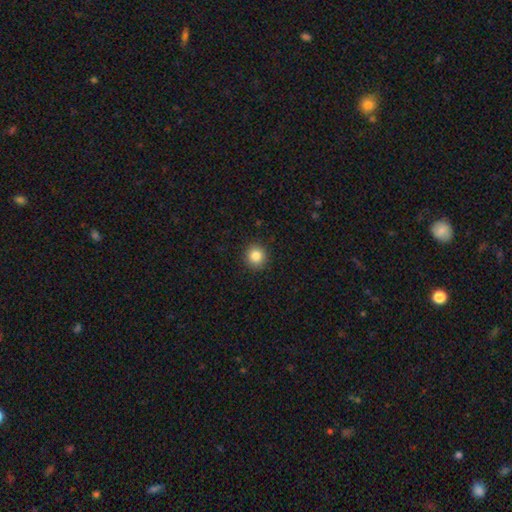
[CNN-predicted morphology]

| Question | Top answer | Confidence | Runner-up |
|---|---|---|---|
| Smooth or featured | smooth | 85% | star or artifact (10%) |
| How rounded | round | 92% | in between (7%) |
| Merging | none | 92% | minor disturbance (6%) |